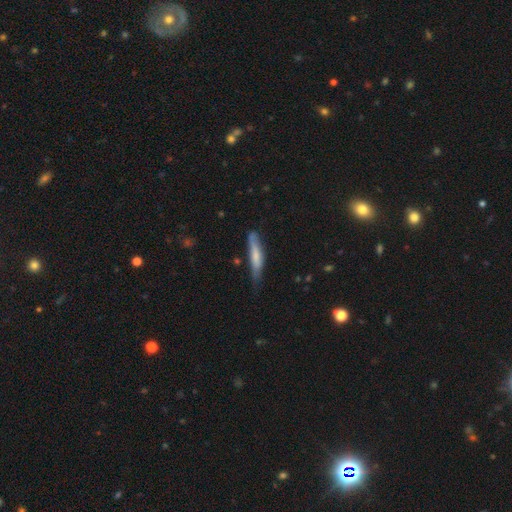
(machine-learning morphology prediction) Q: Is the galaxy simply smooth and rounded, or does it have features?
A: smooth — 63%.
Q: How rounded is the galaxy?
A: cigar-shaped — 86%.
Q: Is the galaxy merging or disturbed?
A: none — 54%.